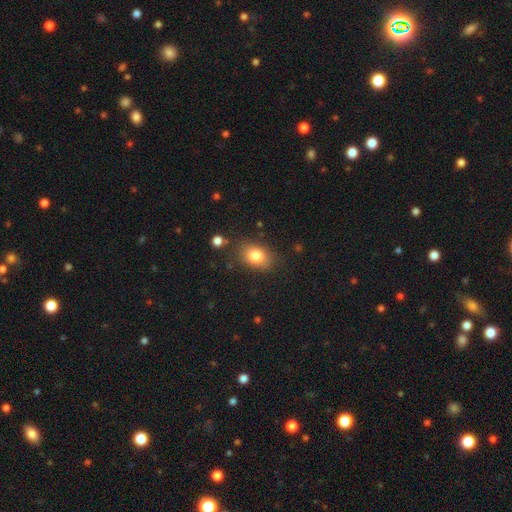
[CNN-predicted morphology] type=smooth (81%); roundness=in between (74%); merging=none (81%).